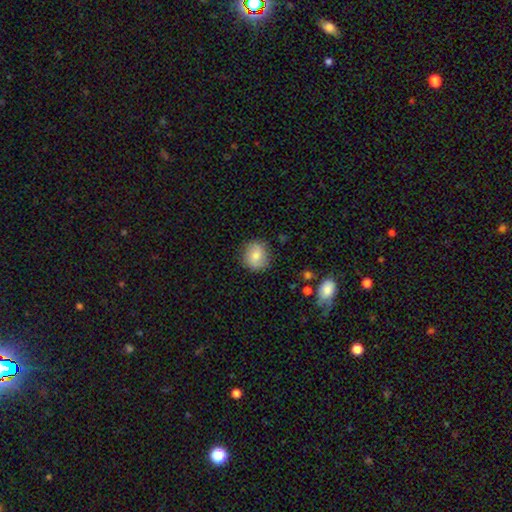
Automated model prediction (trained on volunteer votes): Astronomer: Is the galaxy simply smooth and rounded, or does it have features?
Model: smooth — 67%.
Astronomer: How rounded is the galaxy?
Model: round — 84%.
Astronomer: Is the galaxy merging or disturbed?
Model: none — 83%.